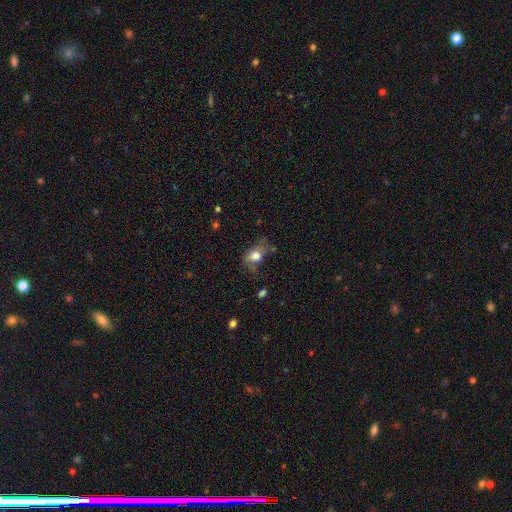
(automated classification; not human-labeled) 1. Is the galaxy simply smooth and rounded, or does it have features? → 75% smooth, 15% featured or disk, 10% star or artifact.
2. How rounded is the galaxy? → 73% in between, 24% round, 3% cigar-shaped.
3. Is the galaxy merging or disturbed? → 47% none, 31% minor disturbance, 18% major disturbance, 4% merger.